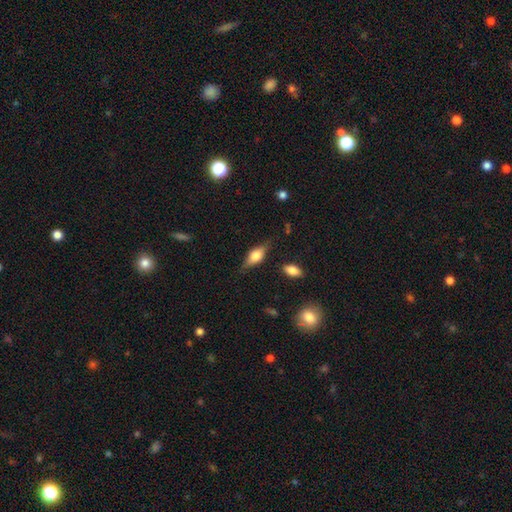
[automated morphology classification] This is possibly a smooth galaxy (46%). Merging: likely none (74%).